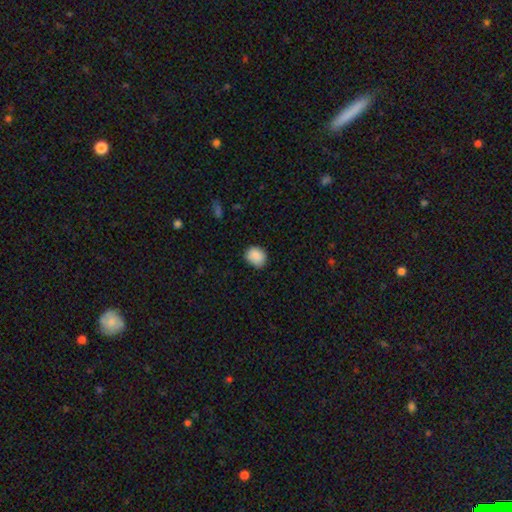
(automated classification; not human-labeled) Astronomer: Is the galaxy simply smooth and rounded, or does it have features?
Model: smooth — 88%.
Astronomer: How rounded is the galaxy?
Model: round — 59% (runner-up: in between, 40%).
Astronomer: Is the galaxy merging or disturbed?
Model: none — 80%.